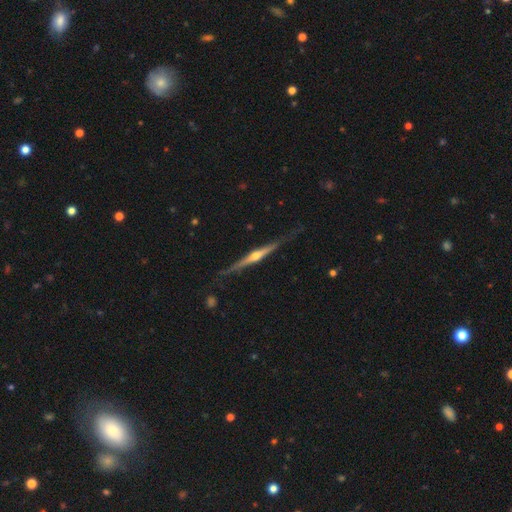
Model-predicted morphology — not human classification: A featured or disk galaxy (80%) viewed edge-on (98%) with a rounded central bulge (90%). Merging: none (78%).